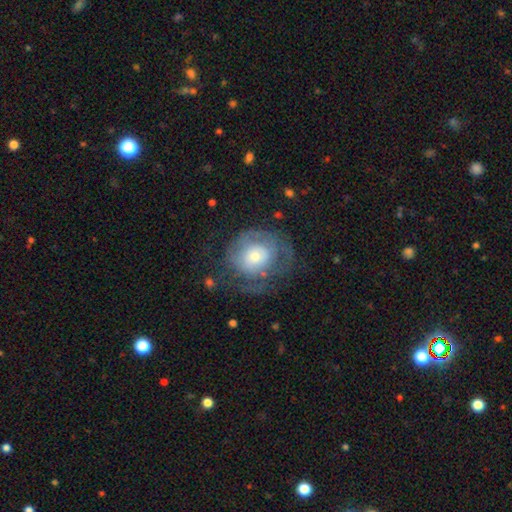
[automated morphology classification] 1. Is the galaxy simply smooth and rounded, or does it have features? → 57% featured or disk, 35% smooth, 8% star or artifact.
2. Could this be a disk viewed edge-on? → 96% no, 4% yes.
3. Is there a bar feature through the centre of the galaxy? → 82% no, 15% weak, 3% strong.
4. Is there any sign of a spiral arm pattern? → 59% yes, 41% no.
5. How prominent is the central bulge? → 45% moderate, 41% small, 11% large, 2% dominant, 2% none.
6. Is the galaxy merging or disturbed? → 55% none, 23% major disturbance, 21% minor disturbance, 2% merger.